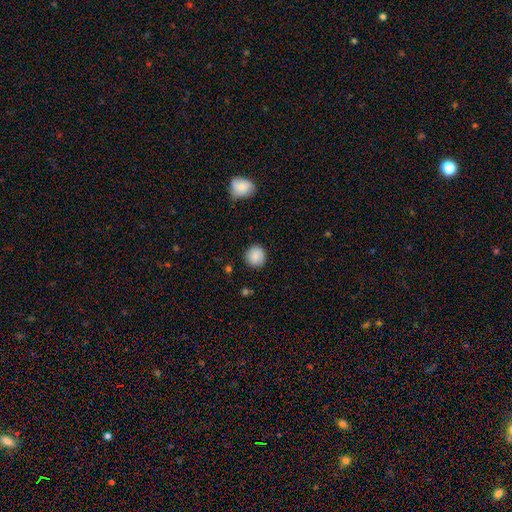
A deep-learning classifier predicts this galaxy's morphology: Smooth or featured?
  - smooth: 86% *
  - star or artifact: 8%
  - featured or disk: 6%
How rounded?
  - round: 92% *
  - in between: 7%
  - cigar-shaped: 1%
Merging?
  - none: 88% *
  - minor disturbance: 9%
  - major disturbance: 2%
  - merger: 1%